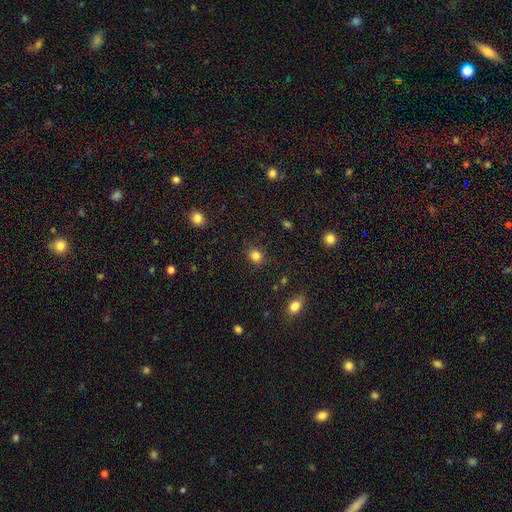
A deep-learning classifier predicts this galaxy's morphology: smooth-or-featured: smooth: 83% | star or artifact: 12% | featured or disk: 4%
  how-rounded: round: 68% | in between: 31% | cigar-shaped: 1%
  merging: none: 86% | minor disturbance: 9% | major disturbance: 3% | merger: 1%